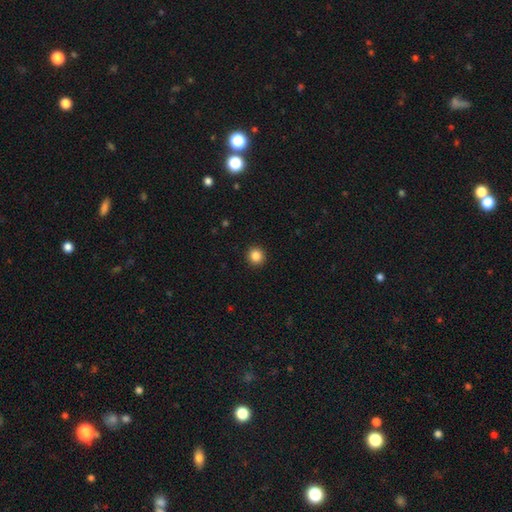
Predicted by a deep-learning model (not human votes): smooth 86%, star or artifact 10%, featured or disk 3%. Down the decision tree: how rounded — round (93%); merging — none (93%).